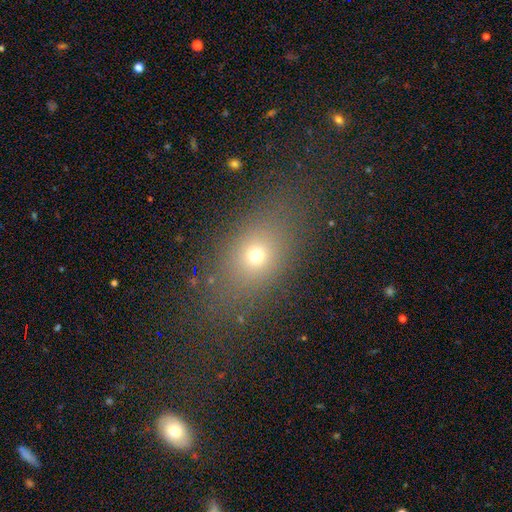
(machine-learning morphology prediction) type=smooth (67%); roundness=in between (67%); merging=none (79%).